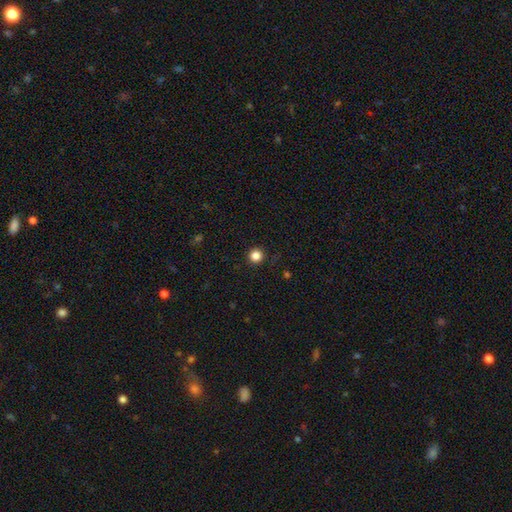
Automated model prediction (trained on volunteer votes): Smooth or featured: smooth — 84% (star or artifact — 12%)
How rounded: round — 95% (in between — 4%)
Merging: none — 92% (minor disturbance — 5%)